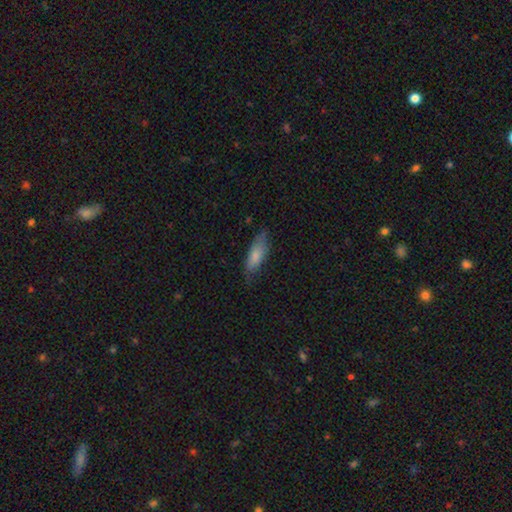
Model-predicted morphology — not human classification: A smooth galaxy with no disk features (79%) that is in between round and cigar-shaped (66%).

Vote fractions:
- Smooth or featured? smooth: 79% / featured or disk: 15% / star or artifact: 6%
- How rounded? in between: 66% / cigar-shaped: 32% / round: 2%
- Merging? none: 61% / minor disturbance: 29% / major disturbance: 8% / merger: 2%